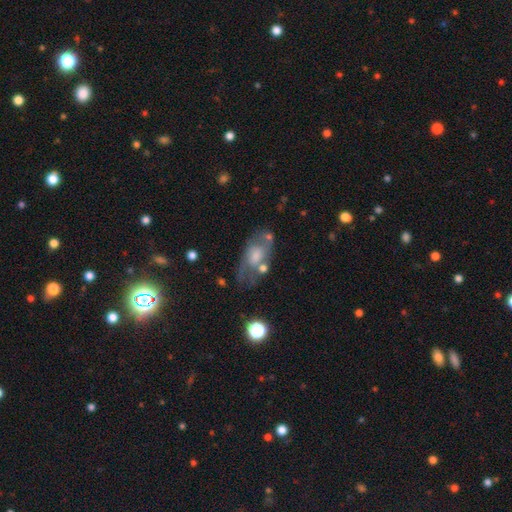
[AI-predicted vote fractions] Smooth or featured: featured or disk — 58% (smooth — 30%)
Edge-on disk: no — 90% (yes — 10%)
Bar: no — 67% (weak — 27%)
Spiral arms: yes — 63% (no — 37%)
Bulge size: moderate — 44% (small — 29%)
Merging: none — 53% (minor disturbance — 22%)